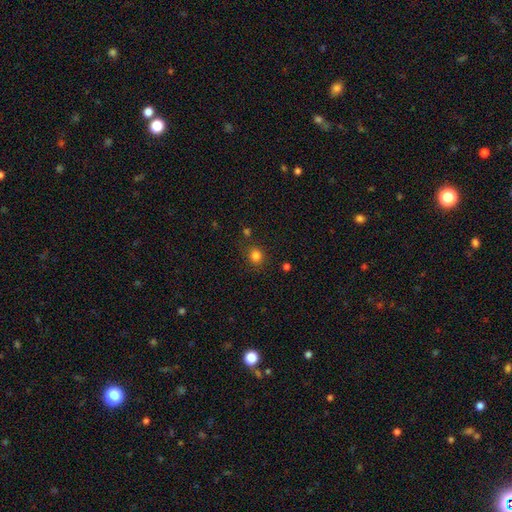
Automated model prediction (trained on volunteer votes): Q: Smooth or featured?
A: smooth (82%); runner-up: star or artifact (14%)
Q: How rounded?
A: round (85%); runner-up: in between (14%)
Q: Merging?
A: none (83%); runner-up: minor disturbance (10%)